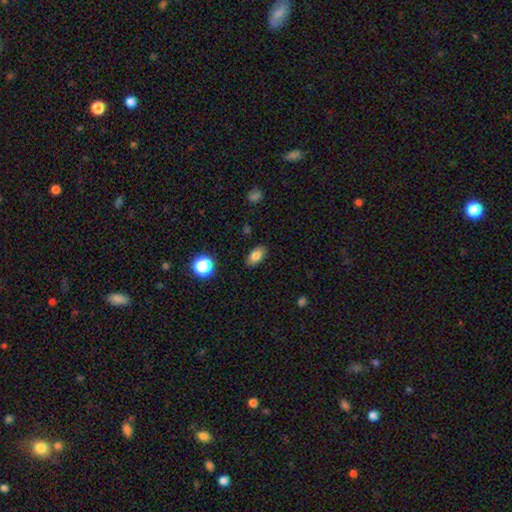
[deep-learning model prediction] Smooth or featured? Predicted: smooth (p=0.81). How rounded? Predicted: in between (p=0.89). Merging? Predicted: none (p=0.87).